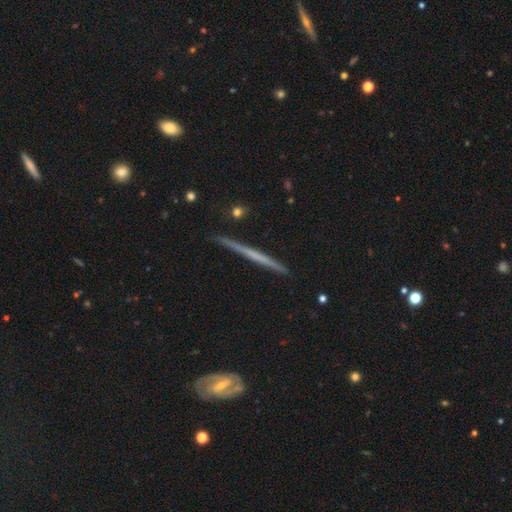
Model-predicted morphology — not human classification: type=featured or disk (60%); edge-on=yes (97%); edge-on bulge=none (88%); merging=none (90%).